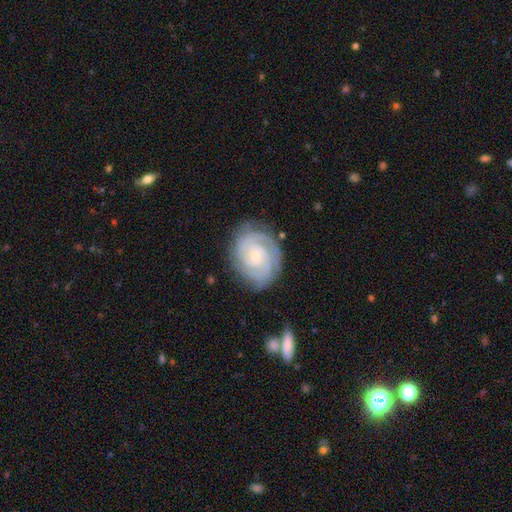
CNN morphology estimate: Smooth or featured? featured or disk (85%)
Edge-on disk? no (98%)
Bar? no (73%)
Spiral arms? yes (97%)
Spiral winding? tight (79%)
Spiral arm count? 3 (26%)
Bulge size? small (79%)
Merging? none (79%)